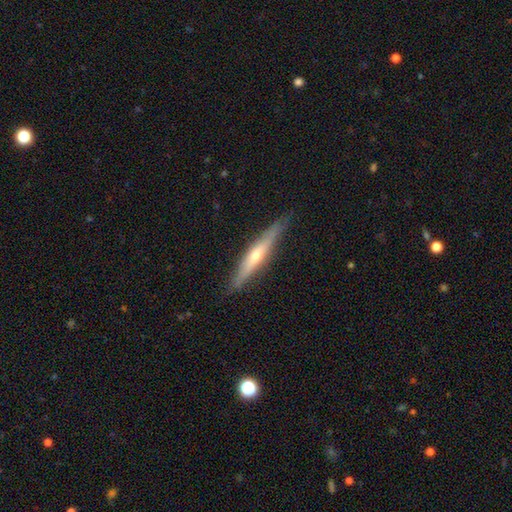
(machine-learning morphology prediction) Smooth or featured? Predicted: featured or disk (p=0.68). Edge-on disk? Predicted: yes (p=0.96). Edge-on bulge? Predicted: rounded (p=0.82). Merging? Predicted: none (p=0.88).